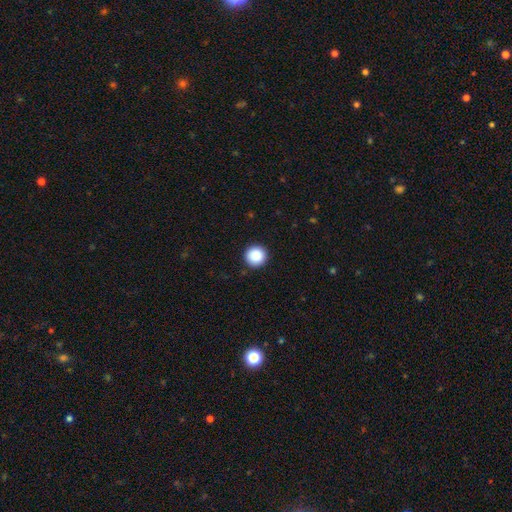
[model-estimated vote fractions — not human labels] smooth_or_featured: smooth (p=0.89) [alt: star or artifact p=0.09]
how_rounded: round (p=0.96) [alt: in between p=0.03]
merging: none (p=0.92) [alt: minor disturbance p=0.05]